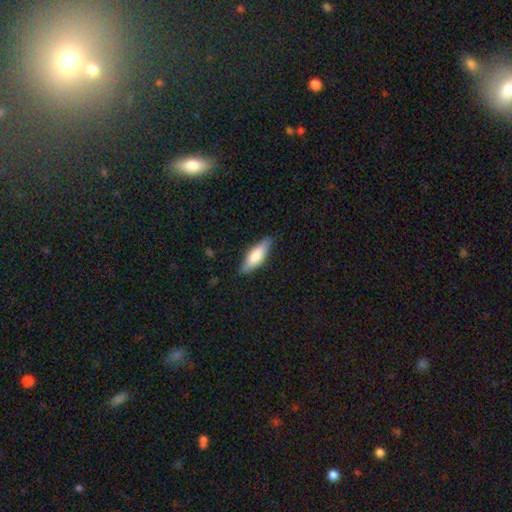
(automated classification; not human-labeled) Smooth or featured? Predicted: smooth (p=0.72). How rounded? Predicted: in between (p=0.55). Merging? Predicted: none (p=0.83).